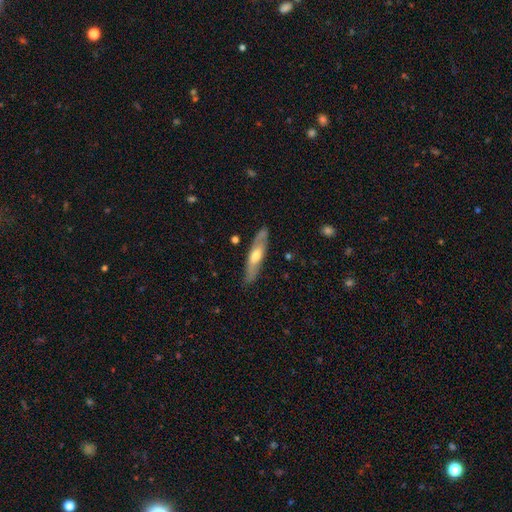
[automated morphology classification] smooth-or-featured: featured or disk: 57% | smooth: 38% | star or artifact: 5%
  disk-edge-on: yes: 57% | no: 43%
  merging: none: 82% | minor disturbance: 13% | major disturbance: 3% | merger: 1%